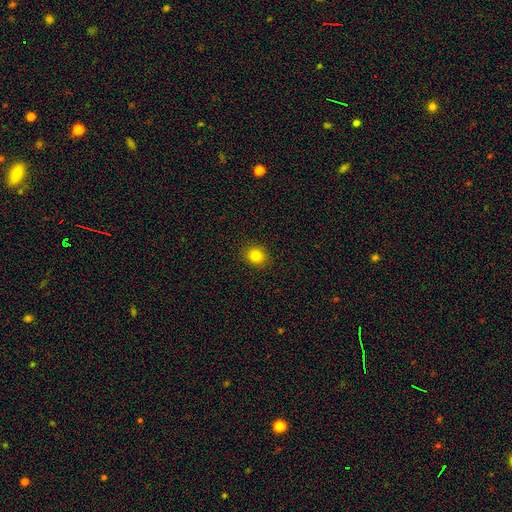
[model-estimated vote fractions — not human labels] smooth-or-featured: smooth: 82% | star or artifact: 12% | featured or disk: 6%
  how-rounded: round: 73% | in between: 26% | cigar-shaped: 1%
  merging: none: 91% | minor disturbance: 6% | major disturbance: 2% | merger: 1%